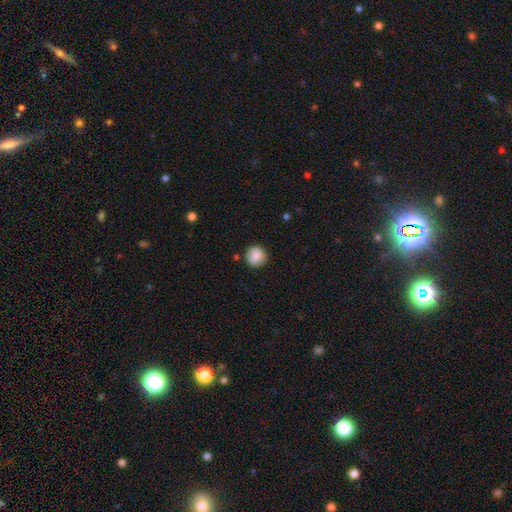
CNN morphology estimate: Smooth or featured? Predicted: smooth (p=0.88). How rounded? Predicted: round (p=0.93). Merging? Predicted: none (p=0.87).